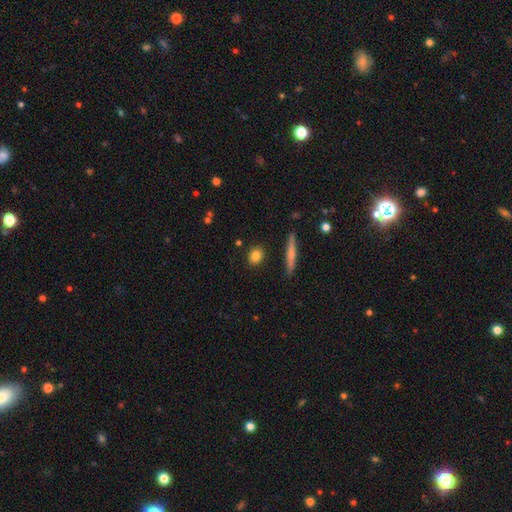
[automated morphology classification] Overall: smooth (81%). How rounded: round (58%; in between 34%). Merging: none (88%).